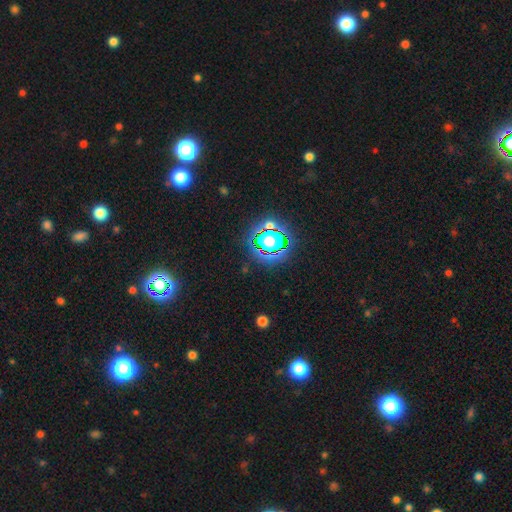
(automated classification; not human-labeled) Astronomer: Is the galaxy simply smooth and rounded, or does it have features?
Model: star or artifact — 76%.